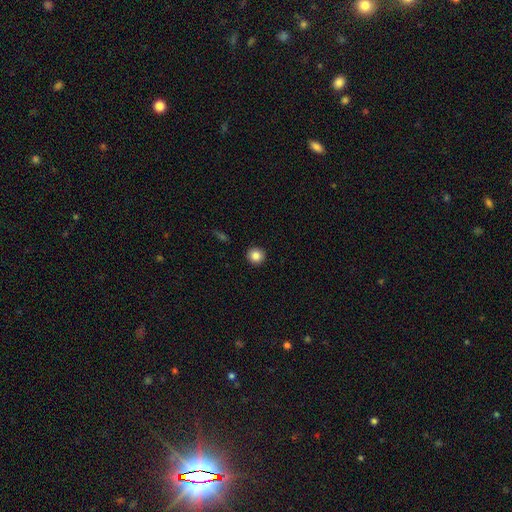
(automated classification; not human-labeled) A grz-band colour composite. It shows a smooth galaxy with no disk features (85%) that is round (94%). Merging: none (93%).